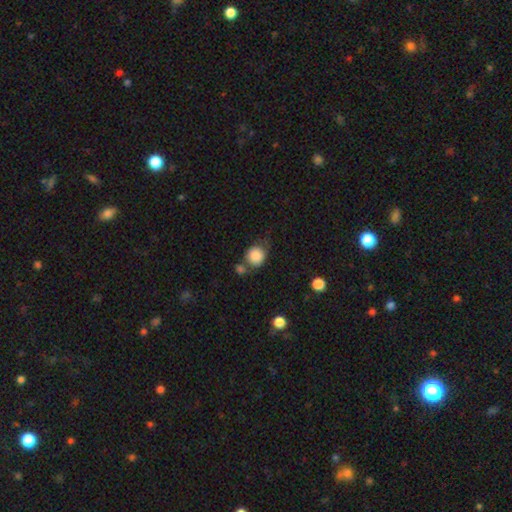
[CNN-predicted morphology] type=smooth (85%); roundness=round (82%); merging=none (50%).